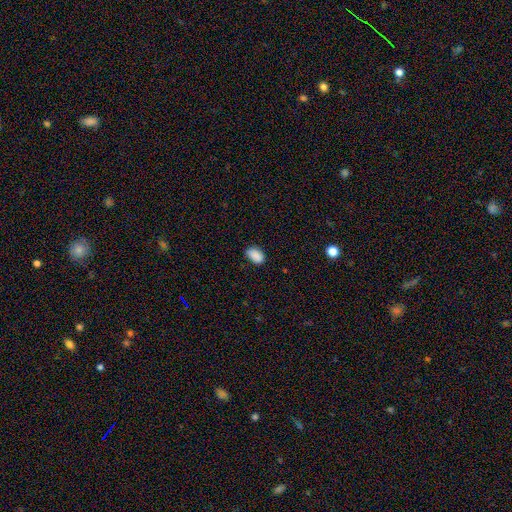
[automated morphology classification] Smooth or featured? smooth (88%)
How rounded? in between (88%)
Merging? none (71%)